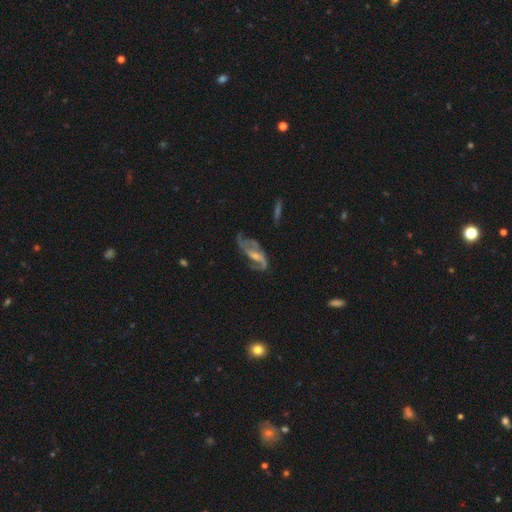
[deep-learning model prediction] Smooth or featured? Predicted: featured or disk (p=0.78). Edge-on disk? Predicted: no (p=0.91). Bar? Predicted: weak (p=0.42). Spiral arms? Predicted: yes (p=0.85). Spiral winding? Predicted: loose (p=0.49). Spiral arm count? Predicted: 2 (p=0.62). Bulge size? Predicted: small (p=0.50). Merging? Predicted: none (p=0.41).